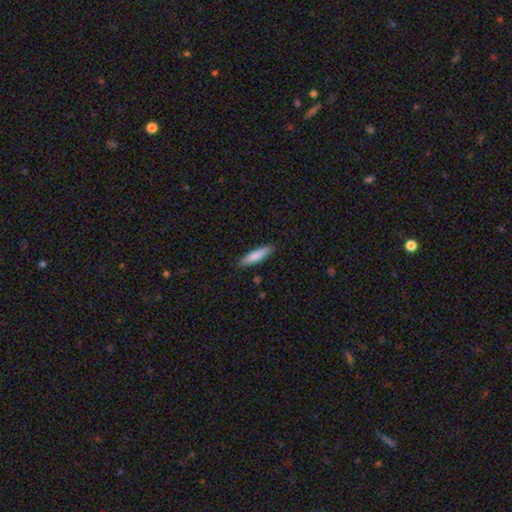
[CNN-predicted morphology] Smooth or featured?
  - smooth: 83% *
  - featured or disk: 12%
  - star or artifact: 5%
How rounded?
  - cigar-shaped: 80% *
  - in between: 19%
  - round: 1%
Merging?
  - none: 89% *
  - minor disturbance: 8%
  - major disturbance: 2%
  - merger: 1%